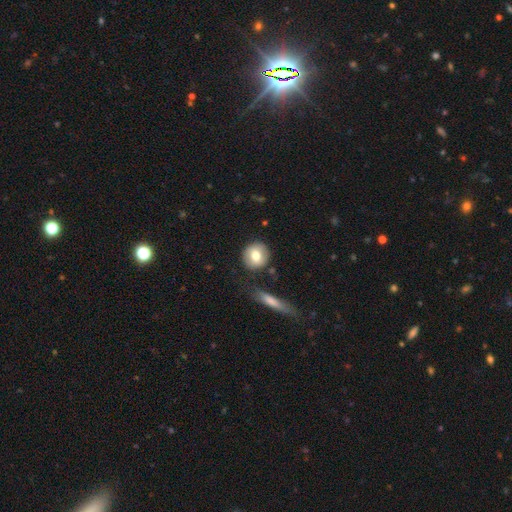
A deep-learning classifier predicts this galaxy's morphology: This appears to be a smooth galaxy with no disk features (73%) that is round (87%). Merging: none (80%).